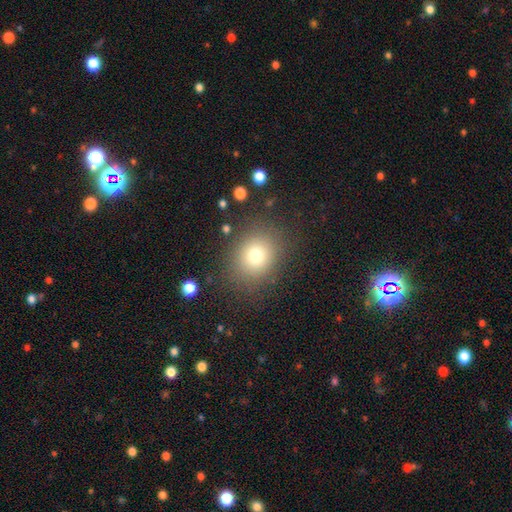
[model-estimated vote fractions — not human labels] Morphology: type=smooth (75%); roundness=round (66%); merging=none (83%).